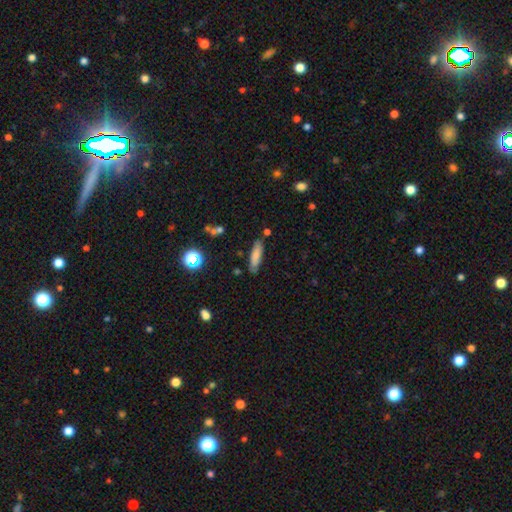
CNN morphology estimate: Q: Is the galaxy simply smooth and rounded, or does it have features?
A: smooth — 74%.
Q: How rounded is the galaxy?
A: cigar-shaped — 63%.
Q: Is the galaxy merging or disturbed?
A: none — 77%.